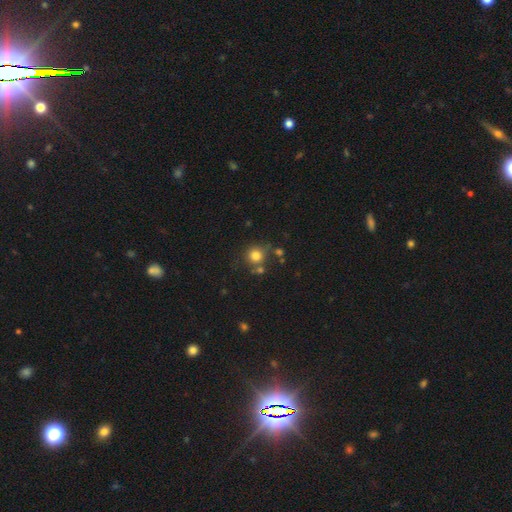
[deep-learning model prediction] Smooth or featured? Predicted: smooth (p=0.79). How rounded? Predicted: round (p=0.90). Merging? Predicted: none (p=0.68).